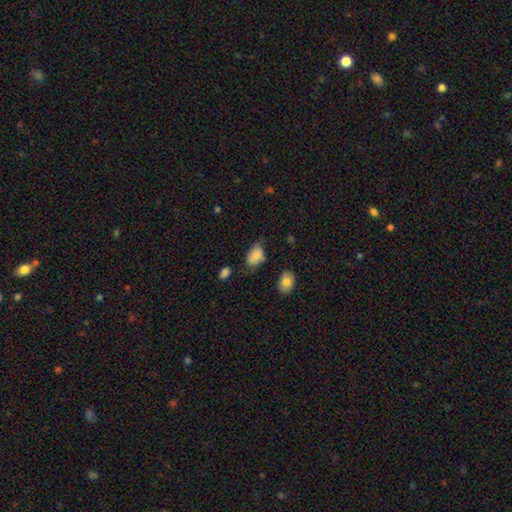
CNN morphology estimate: Smooth or featured?
  - smooth: 80% *
  - featured or disk: 12%
  - star or artifact: 8%
How rounded?
  - in between: 89% *
  - round: 9%
  - cigar-shaped: 2%
Merging?
  - none: 53% *
  - minor disturbance: 33%
  - major disturbance: 9%
  - merger: 5%